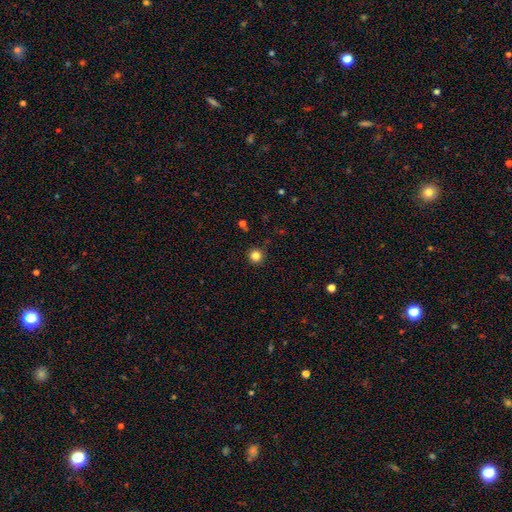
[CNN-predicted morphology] Smooth or featured? Predicted: smooth (p=0.83). How rounded? Predicted: round (p=0.96). Merging? Predicted: none (p=0.92).